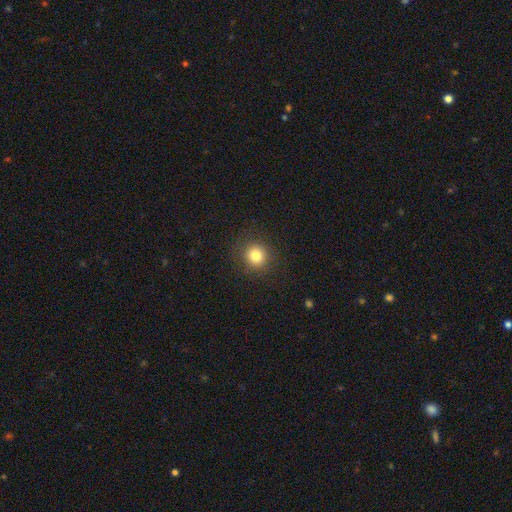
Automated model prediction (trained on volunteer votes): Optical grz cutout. It shows a smooth galaxy with no disk features (81%) that is round (90%). Merging: none (89%).